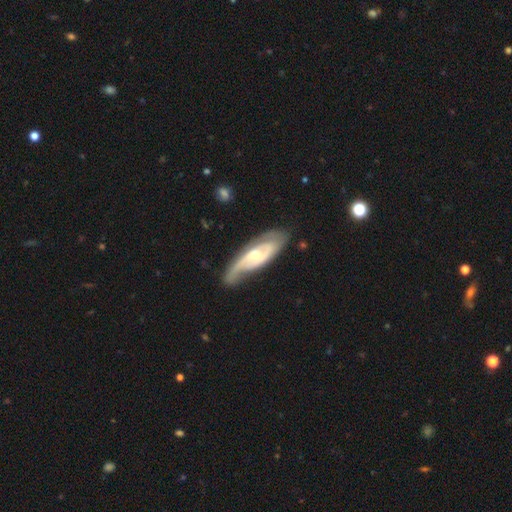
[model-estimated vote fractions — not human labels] featured or disk 80%, smooth 15%, star or artifact 5%. Down the decision tree: edge-on disk — no (88%); bar — no (48%); spiral arms — yes (93%); spiral arm count — 2 (71%); spiral winding — medium (46%); bulge size — moderate (48%); merging — none (67%).